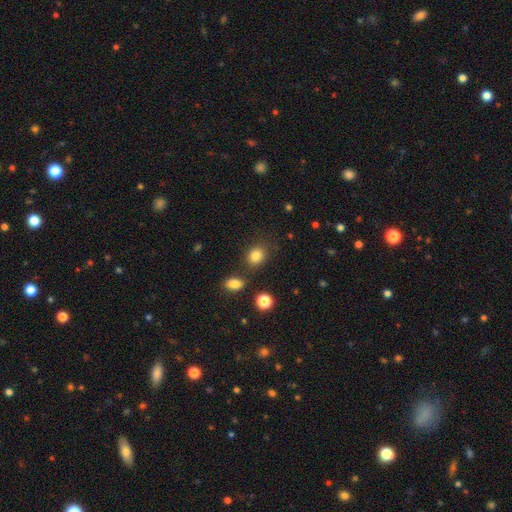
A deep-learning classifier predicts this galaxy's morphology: smooth 83%, star or artifact 11%, featured or disk 6%. Down the decision tree: how rounded — round (61%); merging — none (76%).